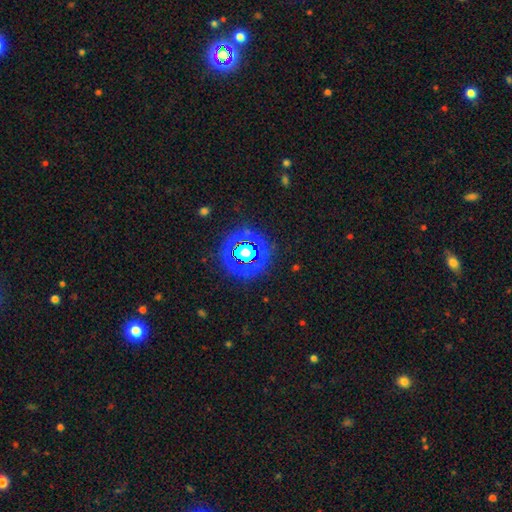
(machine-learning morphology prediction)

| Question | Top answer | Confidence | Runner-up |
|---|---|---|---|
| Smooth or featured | star or artifact | 80% | smooth (13%) |